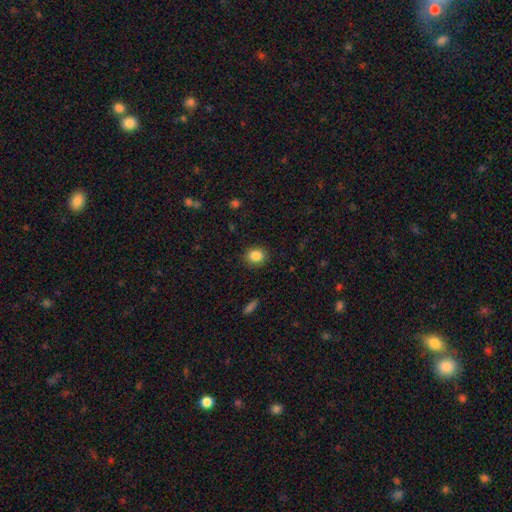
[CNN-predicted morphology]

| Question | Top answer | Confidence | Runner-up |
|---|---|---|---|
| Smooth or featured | smooth | 86% | star or artifact (9%) |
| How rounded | round | 62% | in between (37%) |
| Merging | none | 87% | minor disturbance (9%) |